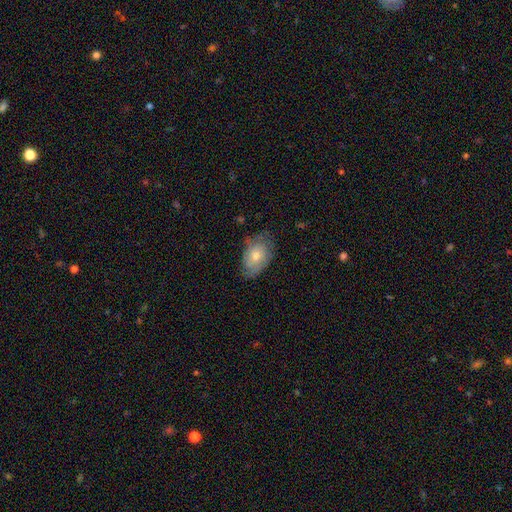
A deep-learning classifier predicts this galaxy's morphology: This appears to be a smooth galaxy with no disk features (47%). Merging: none (65%).